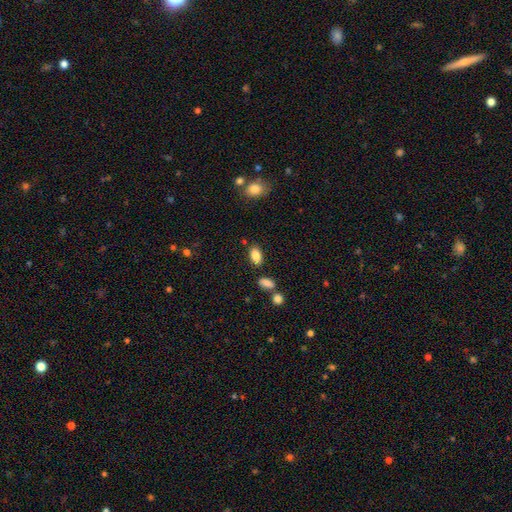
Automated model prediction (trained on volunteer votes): Morphology: type=smooth (86%); roundness=in between (91%); merging=none (80%).